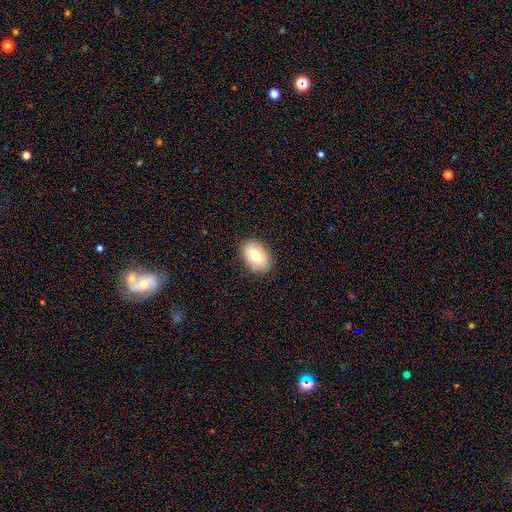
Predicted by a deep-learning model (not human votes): smooth 75%, featured or disk 18%, star or artifact 8%. Down the decision tree: how rounded — in between (83%); merging — none (86%).